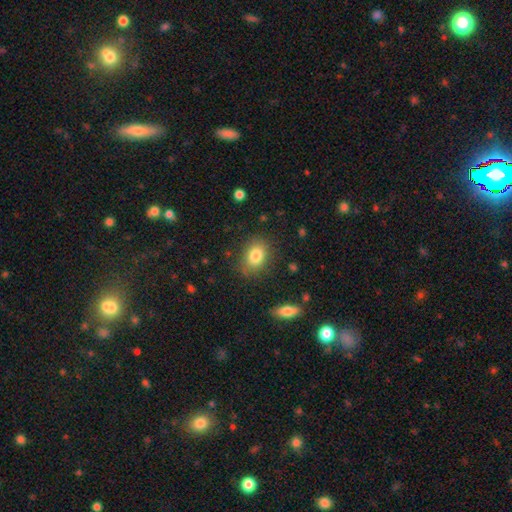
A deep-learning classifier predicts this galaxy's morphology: smooth_or_featured: smooth (p=0.82) [alt: featured or disk p=0.09]
how_rounded: in between (p=0.72) [alt: round p=0.26]
merging: none (p=0.81) [alt: minor disturbance p=0.13]